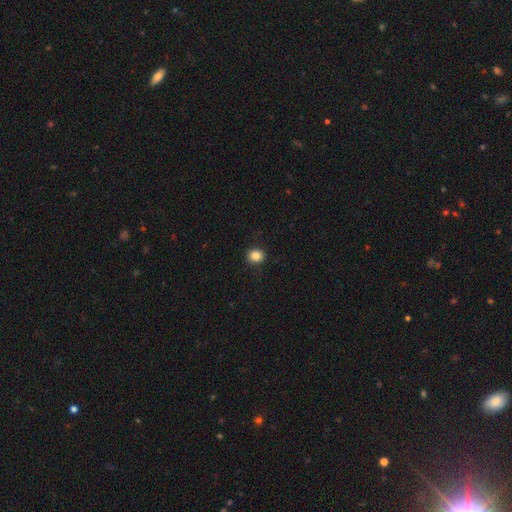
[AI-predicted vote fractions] Smooth or featured?
  - smooth: 85% *
  - star or artifact: 10%
  - featured or disk: 5%
How rounded?
  - round: 73% *
  - in between: 26%
  - cigar-shaped: 1%
Merging?
  - none: 90% *
  - minor disturbance: 7%
  - major disturbance: 2%
  - merger: 1%